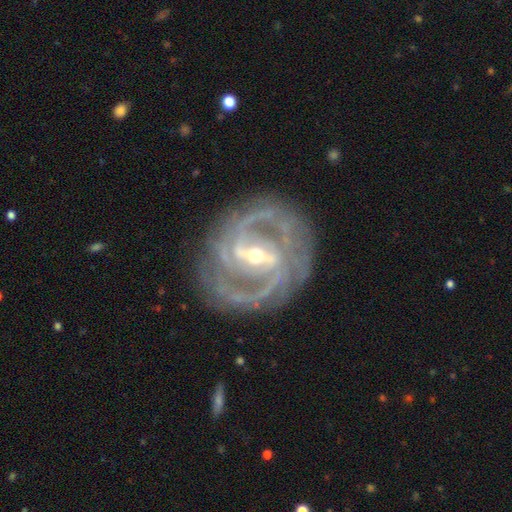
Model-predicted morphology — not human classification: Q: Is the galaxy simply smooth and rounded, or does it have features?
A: featured or disk — 93%.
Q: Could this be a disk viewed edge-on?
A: no — 97%.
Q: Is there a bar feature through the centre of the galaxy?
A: strong — 61%.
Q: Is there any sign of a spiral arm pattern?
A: yes — 98%.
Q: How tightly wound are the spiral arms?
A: tight — 52%.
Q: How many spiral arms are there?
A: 2 — 49%.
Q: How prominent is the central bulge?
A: small — 50%.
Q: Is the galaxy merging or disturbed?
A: none — 80%.